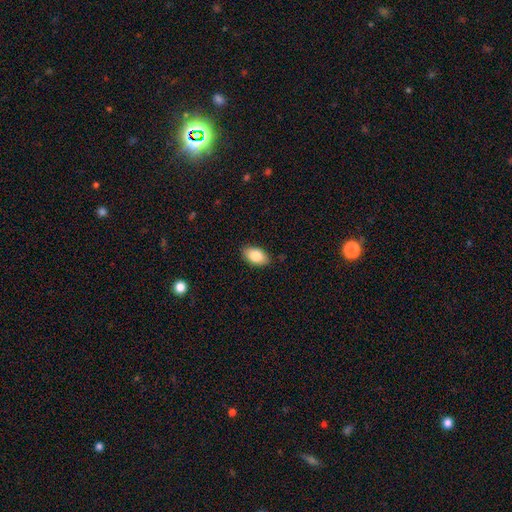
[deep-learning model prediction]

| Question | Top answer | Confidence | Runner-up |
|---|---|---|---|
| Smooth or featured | smooth | 84% | featured or disk (9%) |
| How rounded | in between | 93% | round (5%) |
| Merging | none | 87% | minor disturbance (10%) |